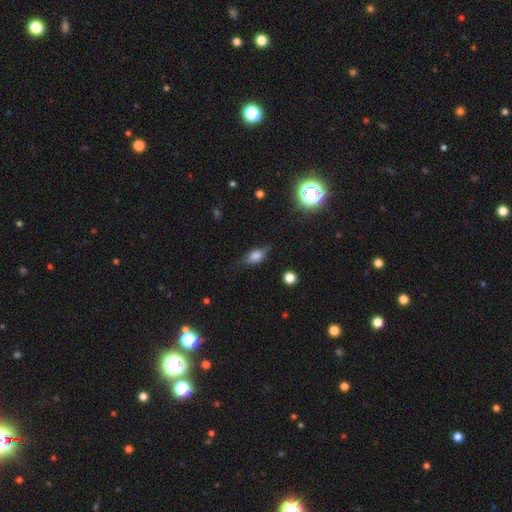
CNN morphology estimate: A smooth galaxy with no disk features (64%) that is in between round and cigar-shaped (77%).

Vote fractions:
- Smooth or featured? smooth: 64% / featured or disk: 25% / star or artifact: 11%
- How rounded? in between: 77% / cigar-shaped: 13% / round: 10%
- Merging? none: 69% / minor disturbance: 23% / major disturbance: 6% / merger: 2%